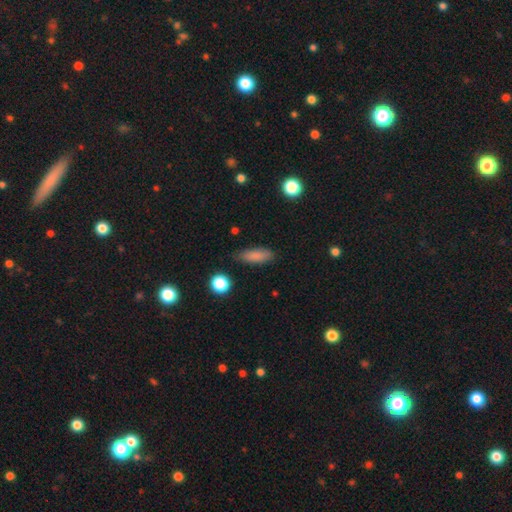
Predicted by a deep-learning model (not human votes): Smooth or featured?
  - smooth: 85% *
  - star or artifact: 9%
  - featured or disk: 7%
How rounded?
  - in between: 59% *
  - cigar-shaped: 38%
  - round: 3%
Merging?
  - none: 82% *
  - minor disturbance: 14%
  - major disturbance: 3%
  - merger: 2%